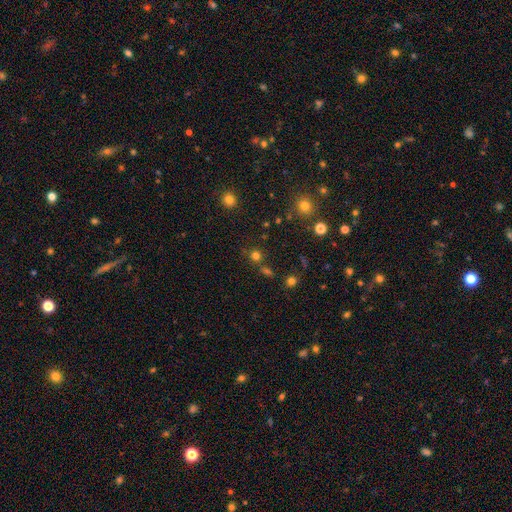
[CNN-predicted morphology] type=smooth (71%); roundness=round (89%); merging=none (72%).